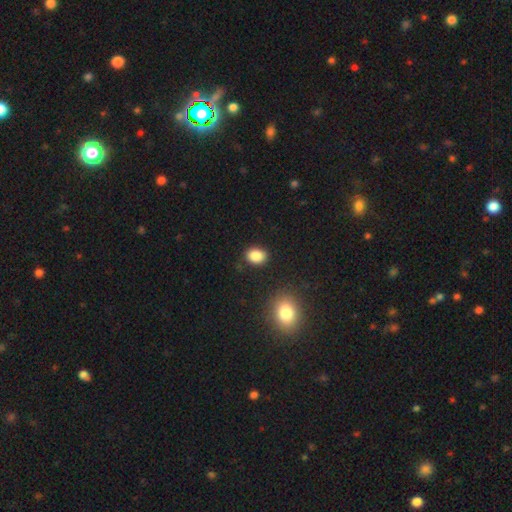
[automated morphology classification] smooth-or-featured: smooth: 87% | star or artifact: 10% | featured or disk: 4%
  how-rounded: in between: 57% | round: 42% | cigar-shaped: 1%
  merging: none: 86% | minor disturbance: 9% | major disturbance: 2% | merger: 2%